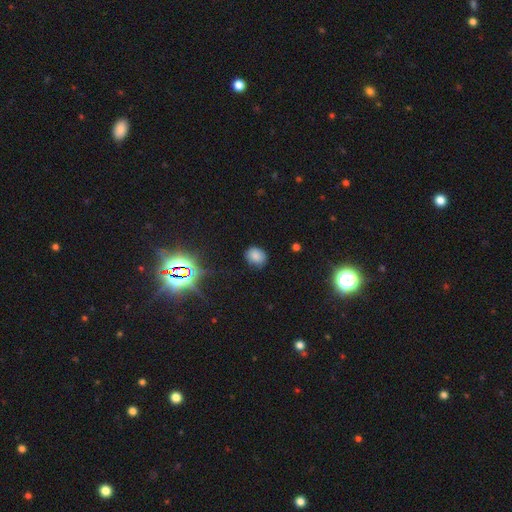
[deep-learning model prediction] The model was most divided on "how rounded": round: 53%, in between: 46%, cigar-shaped: 1%. More confident: merging — none (79%); smooth or featured — smooth (78%).